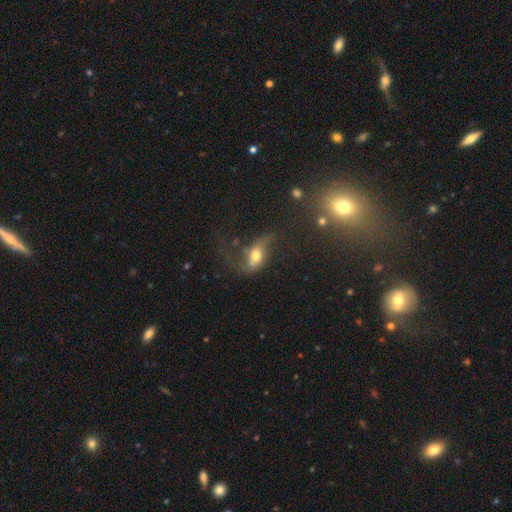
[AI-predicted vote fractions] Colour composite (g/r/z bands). It shows a featured or disk galaxy (56%). Merging: none (36%).